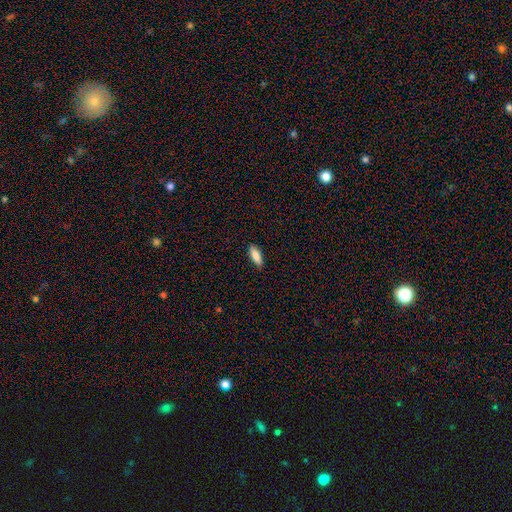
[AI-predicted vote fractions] Q: Smooth or featured?
A: smooth (86%); runner-up: featured or disk (8%)
Q: How rounded?
A: in between (65%); runner-up: cigar-shaped (33%)
Q: Merging?
A: none (88%); runner-up: minor disturbance (9%)